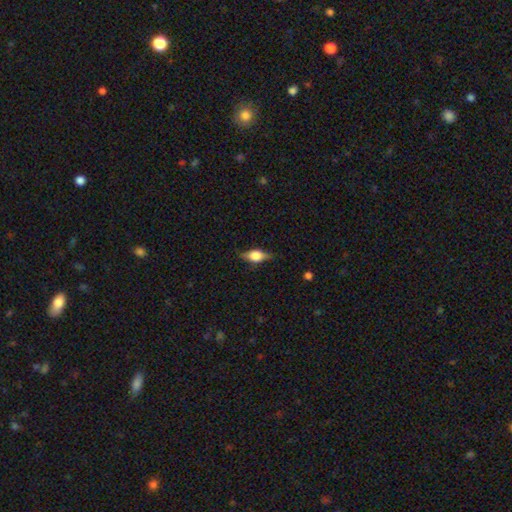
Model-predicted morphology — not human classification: The model was most divided on "smooth or featured": featured or disk: 49%, smooth: 42%, star or artifact: 9%. More confident: merging — none (79%).